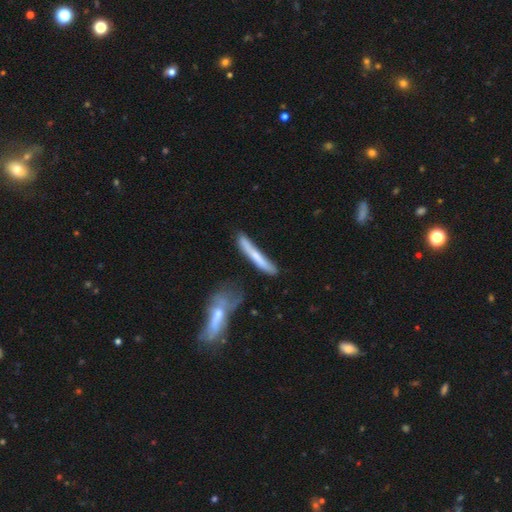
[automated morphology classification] Smooth or featured? smooth (58%)
How rounded? cigar-shaped (93%)
Merging? none (61%)